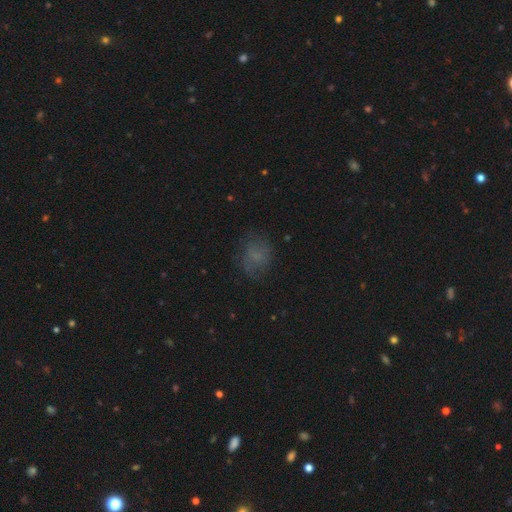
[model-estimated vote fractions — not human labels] The model was most divided on "how rounded": round: 54%, in between: 45%, cigar-shaped: 1%. More confident: merging — none (65%); smooth or featured — smooth (57%).